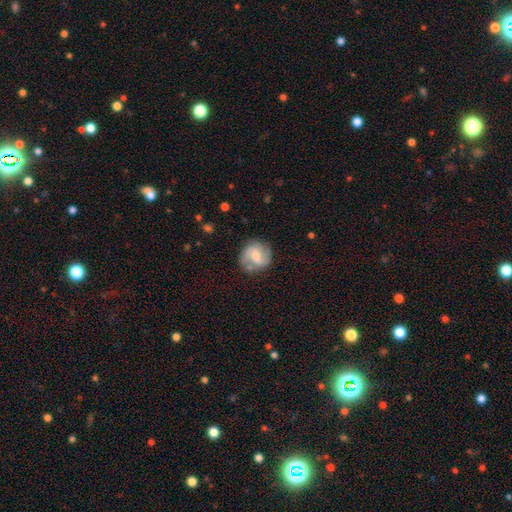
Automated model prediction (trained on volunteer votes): Smooth or featured? Predicted: featured or disk (p=0.65). Edge-on disk? Predicted: no (p=0.98). Bar? Predicted: weak (p=0.51). Spiral arms? Predicted: yes (p=0.90). Spiral winding? Predicted: medium (p=0.47). Spiral arm count? Predicted: 2 (p=0.79). Bulge size? Predicted: small (p=0.47). Merging? Predicted: none (p=0.69).